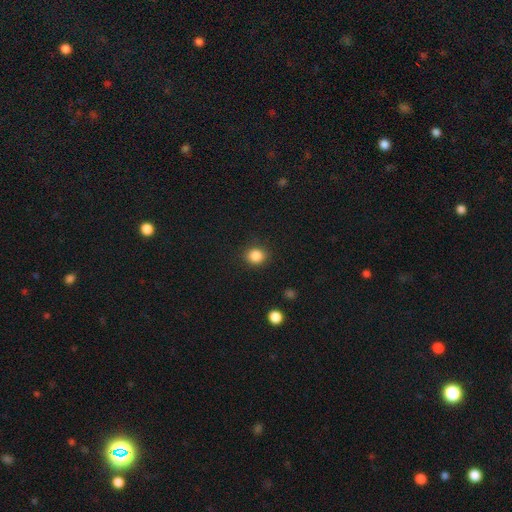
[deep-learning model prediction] Smooth or featured?
  - smooth: 86% *
  - star or artifact: 10%
  - featured or disk: 4%
How rounded?
  - round: 76% *
  - in between: 23%
  - cigar-shaped: 1%
Merging?
  - none: 89% *
  - minor disturbance: 8%
  - major disturbance: 3%
  - merger: 1%